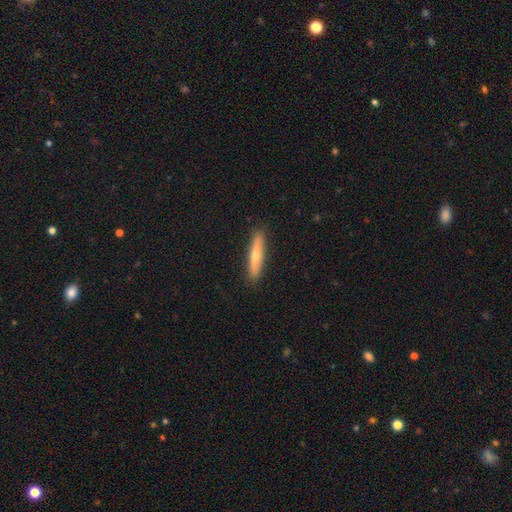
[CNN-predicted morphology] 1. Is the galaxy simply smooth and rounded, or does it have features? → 47% smooth, 46% featured or disk, 6% star or artifact.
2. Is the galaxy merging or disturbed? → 90% none, 7% minor disturbance, 2% major disturbance, 1% merger.